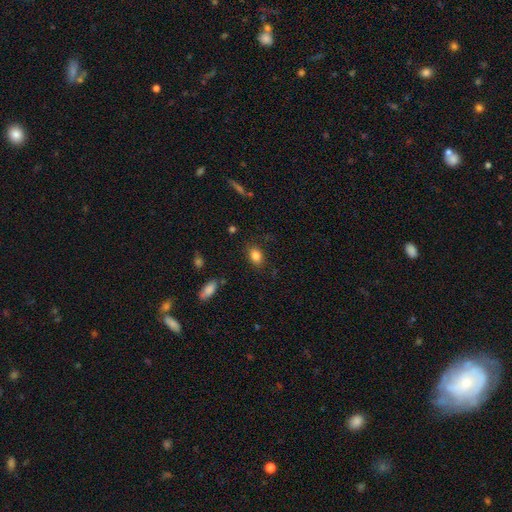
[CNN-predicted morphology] This appears to be a smooth galaxy with no disk features (85%) that is in between round and cigar-shaped (77%). Merging: none (83%).